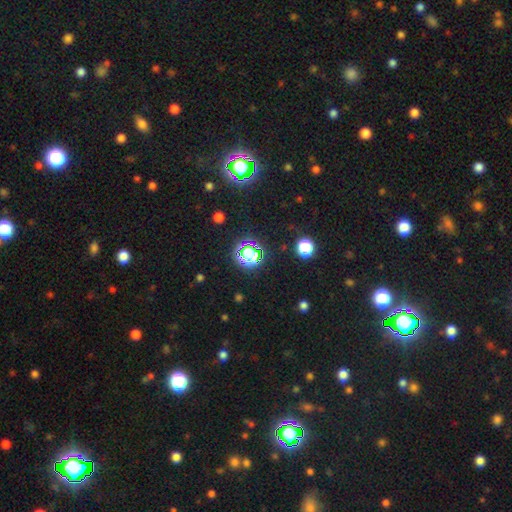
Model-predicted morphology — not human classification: smooth-or-featured: star or artifact: 63% | smooth: 28% | featured or disk: 10%